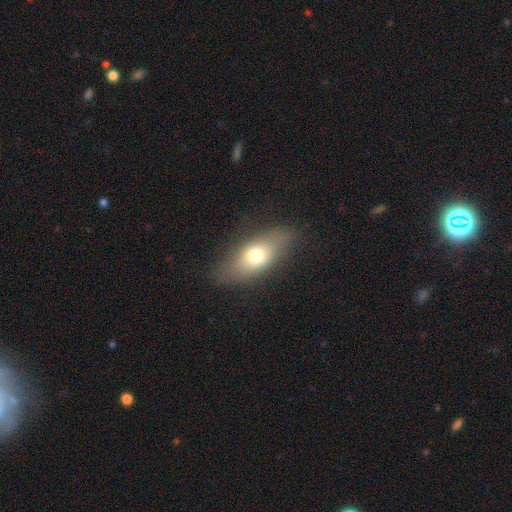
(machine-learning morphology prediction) smooth_or_featured: smooth (p=0.70) [alt: featured or disk p=0.22]
how_rounded: in between (p=0.78) [alt: cigar-shaped p=0.15]
merging: none (p=0.80) [alt: minor disturbance p=0.14]